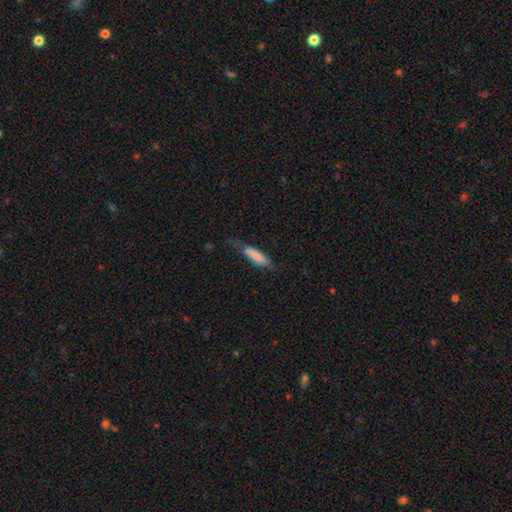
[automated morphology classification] type=smooth (75%); roundness=cigar-shaped (76%); merging=none (58%).